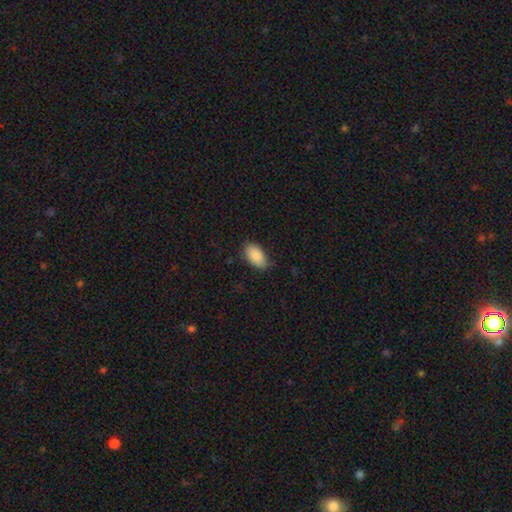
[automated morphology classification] Overall: smooth (89%). How rounded: in between (94%). Merging: none (74%).